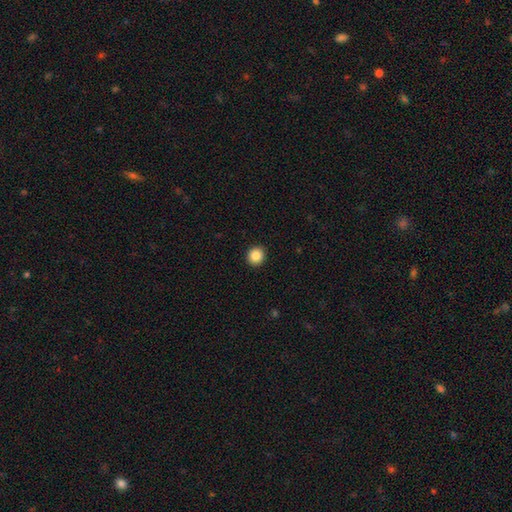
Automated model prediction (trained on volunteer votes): Morphology: type=smooth (86%); roundness=round (90%); merging=none (93%).